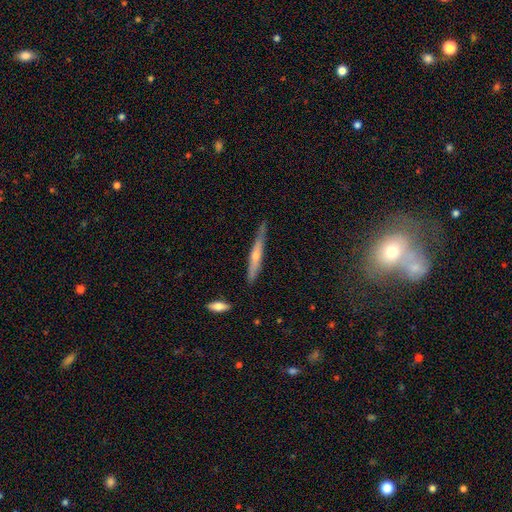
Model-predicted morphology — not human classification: featured or disk 70%, smooth 21%, star or artifact 9%. Down the decision tree: edge-on disk — yes (95%); edge-on bulge — rounded (83%); merging — none (86%).